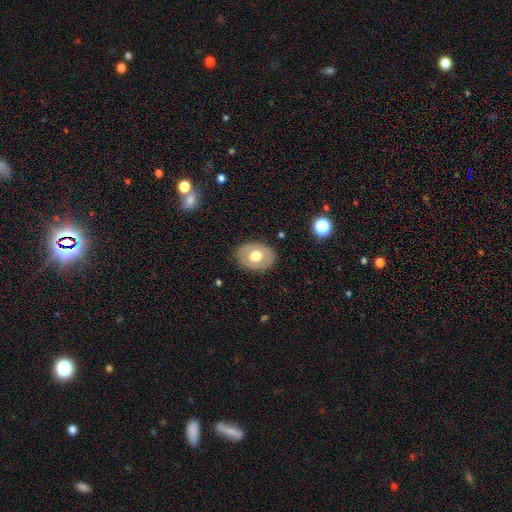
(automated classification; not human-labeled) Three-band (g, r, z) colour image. It shows a smooth galaxy with no disk features (58%) that is in between round and cigar-shaped (64%). Merging: none (85%).